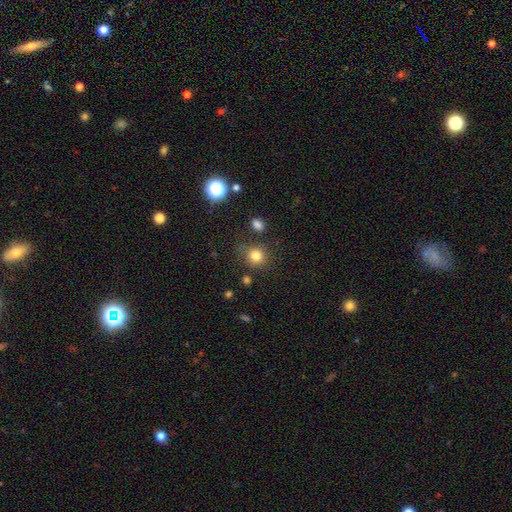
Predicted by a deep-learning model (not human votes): This appears to be a smooth galaxy with no disk features (81%) that is round (83%). Merging: none (76%).